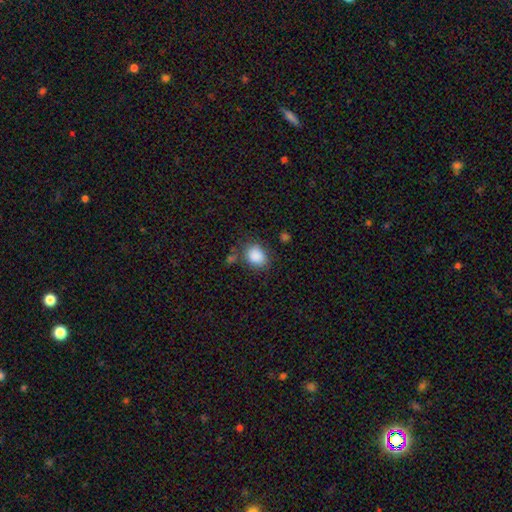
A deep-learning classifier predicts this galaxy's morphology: Q: Smooth or featured?
A: smooth (87%); runner-up: star or artifact (9%)
Q: How rounded?
A: in between (58%); runner-up: round (41%)
Q: Merging?
A: none (71%); runner-up: minor disturbance (17%)